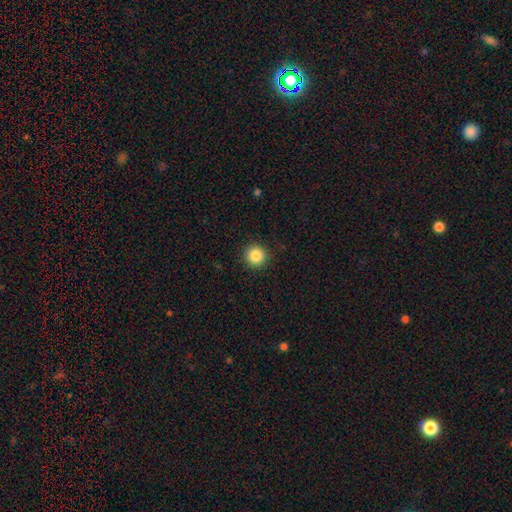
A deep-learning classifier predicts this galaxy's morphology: Overall: smooth (86%). How rounded: round (95%). Merging: none (91%).